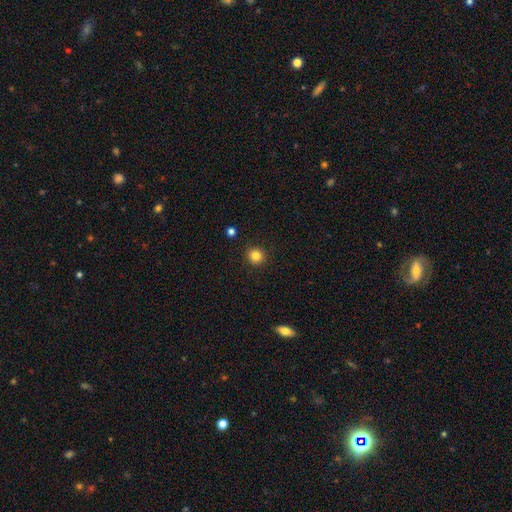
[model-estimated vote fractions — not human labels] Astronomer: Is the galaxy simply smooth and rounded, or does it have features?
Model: smooth — 83%.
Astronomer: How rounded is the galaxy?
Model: round — 92%.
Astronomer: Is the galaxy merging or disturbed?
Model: none — 91%.